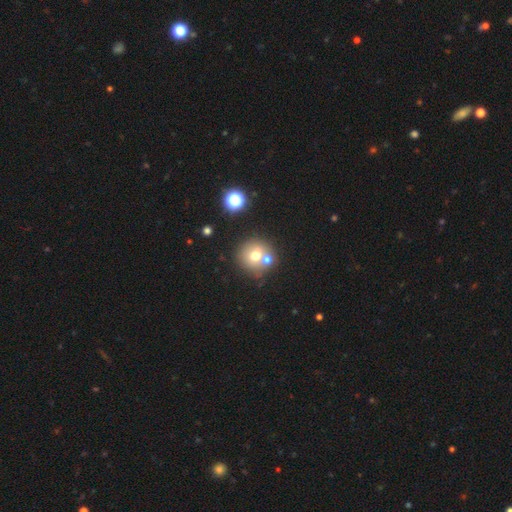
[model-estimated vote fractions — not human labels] smooth_or_featured: smooth (p=0.66) [alt: featured or disk p=0.20]
how_rounded: round (p=0.91) [alt: in between p=0.08]
merging: none (p=0.59) [alt: merger p=0.28]